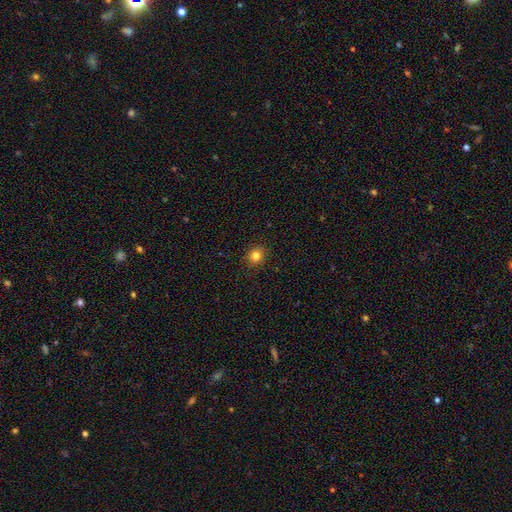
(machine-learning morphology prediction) smooth-or-featured: smooth: 82% | star or artifact: 13% | featured or disk: 5%
  how-rounded: round: 83% | in between: 16% | cigar-shaped: 1%
  merging: none: 91% | minor disturbance: 6% | major disturbance: 2% | merger: 1%